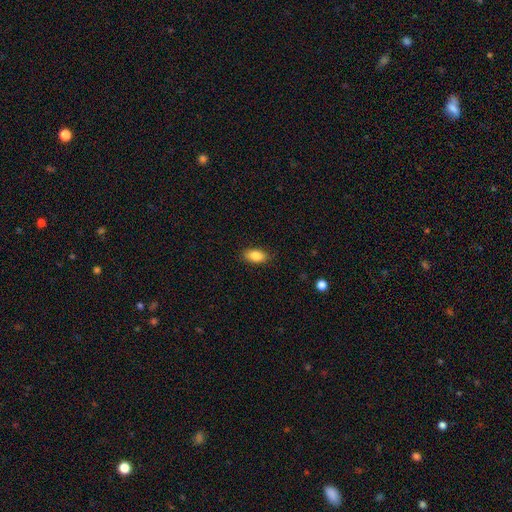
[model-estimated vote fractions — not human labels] This is clearly a smooth galaxy (85%). How rounded: clearly in between (90%). Merging: clearly none (88%).